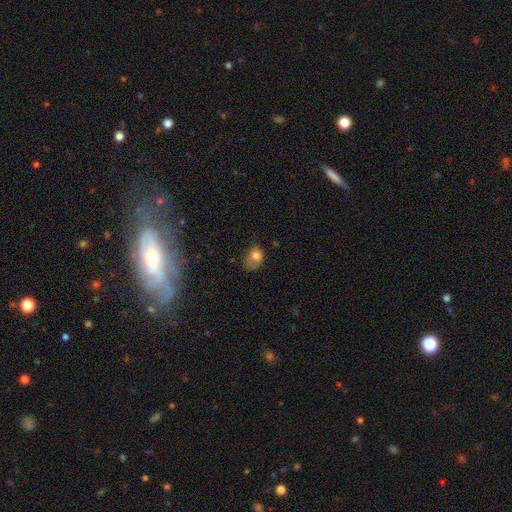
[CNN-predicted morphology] Smooth or featured: smooth — 71% (featured or disk — 18%)
How rounded: in between — 59% (round — 40%)
Merging: major disturbance — 34% (minor disturbance — 33%)